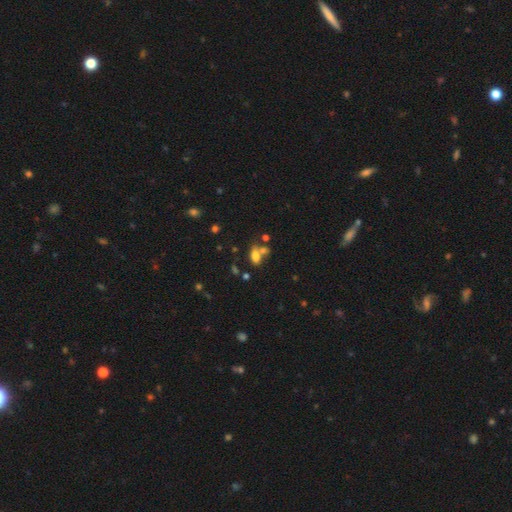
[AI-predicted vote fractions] A smooth galaxy with no disk features (72%) that is in between round and cigar-shaped (85%).

Vote fractions:
- Smooth or featured? smooth: 72% / featured or disk: 14% / star or artifact: 14%
- How rounded? in between: 85% / round: 8% / cigar-shaped: 7%
- Merging? none: 46% / merger: 34% / minor disturbance: 13% / major disturbance: 7%